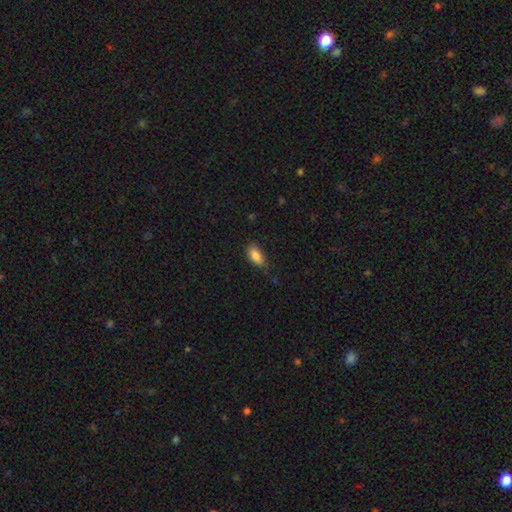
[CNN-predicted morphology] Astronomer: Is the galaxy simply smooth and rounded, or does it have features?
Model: smooth — 87%.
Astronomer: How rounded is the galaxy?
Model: in between — 90%.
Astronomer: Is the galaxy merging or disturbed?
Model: none — 68%.